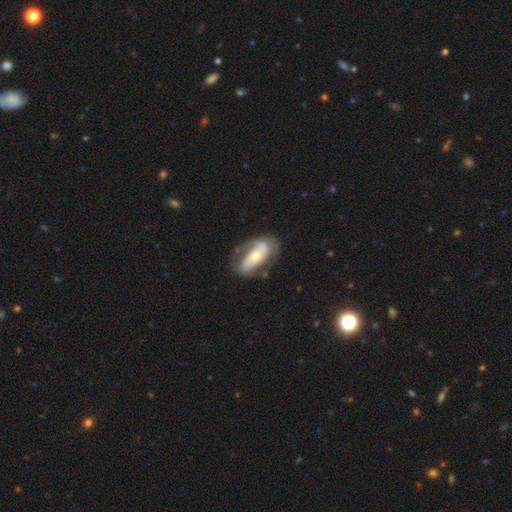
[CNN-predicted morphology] Q: Smooth or featured?
A: featured or disk (70%); runner-up: smooth (25%)
Q: Edge-on disk?
A: no (92%); runner-up: yes (8%)
Q: Bar?
A: no (50%); runner-up: strong (27%)
Q: Spiral arms?
A: yes (74%); runner-up: no (26%)
Q: Bulge size?
A: moderate (50%); runner-up: small (43%)
Q: Merging?
A: none (62%); runner-up: minor disturbance (22%)